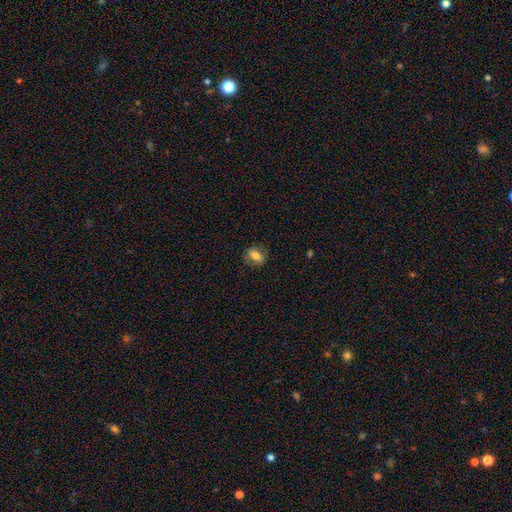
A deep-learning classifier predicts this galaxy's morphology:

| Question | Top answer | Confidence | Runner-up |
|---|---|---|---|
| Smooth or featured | smooth | 67% | featured or disk (23%) |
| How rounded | in between | 63% | round (33%) |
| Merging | none | 80% | minor disturbance (15%) |